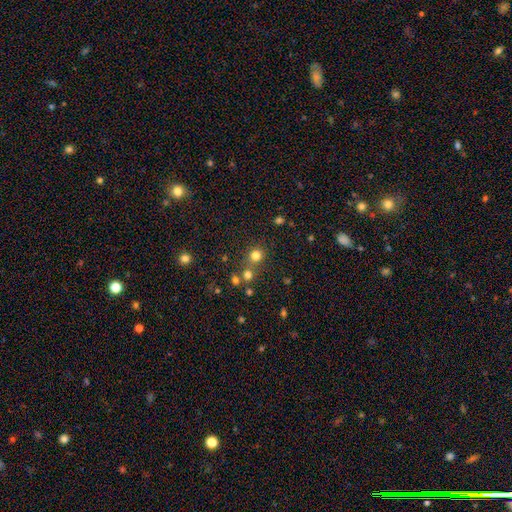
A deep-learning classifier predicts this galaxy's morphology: Q: Smooth or featured?
A: smooth (75%); runner-up: star or artifact (18%)
Q: How rounded?
A: round (89%); runner-up: in between (10%)
Q: Merging?
A: none (68%); runner-up: merger (20%)